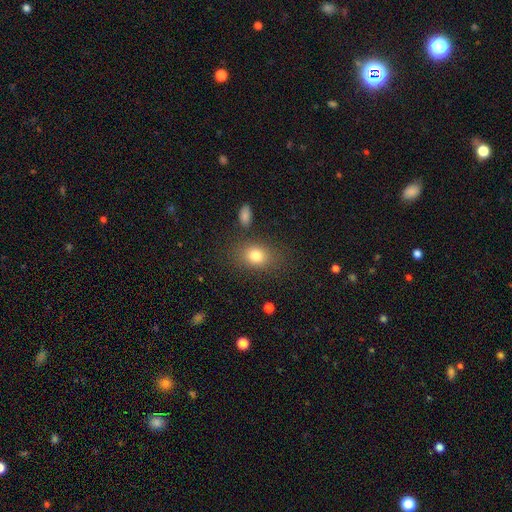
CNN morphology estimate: Smooth or featured?
  - smooth: 79% *
  - star or artifact: 11%
  - featured or disk: 10%
How rounded?
  - in between: 63% *
  - round: 36%
  - cigar-shaped: 2%
Merging?
  - none: 78% *
  - minor disturbance: 13%
  - major disturbance: 5%
  - merger: 4%